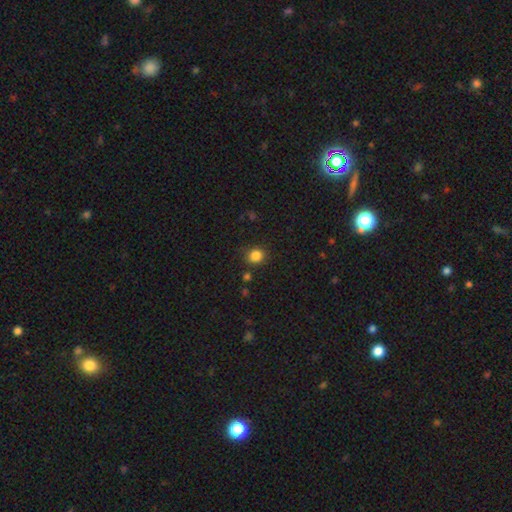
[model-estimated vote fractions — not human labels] This appears to be a smooth galaxy with no disk features (84%) that is round (84%). Merging: none (85%).